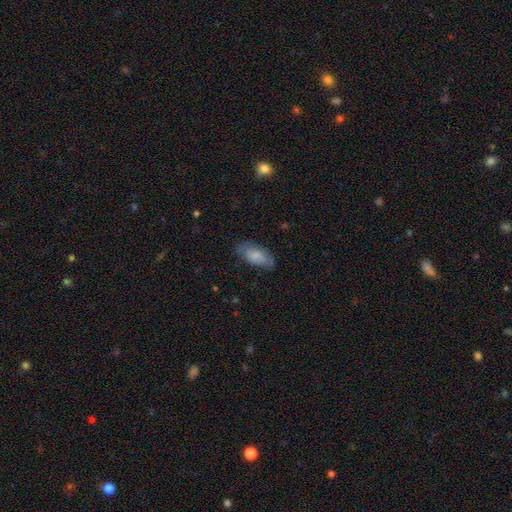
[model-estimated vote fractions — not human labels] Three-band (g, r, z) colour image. It shows a smooth galaxy with no disk features (78%) that is in between round and cigar-shaped (87%). Merging: none (70%).